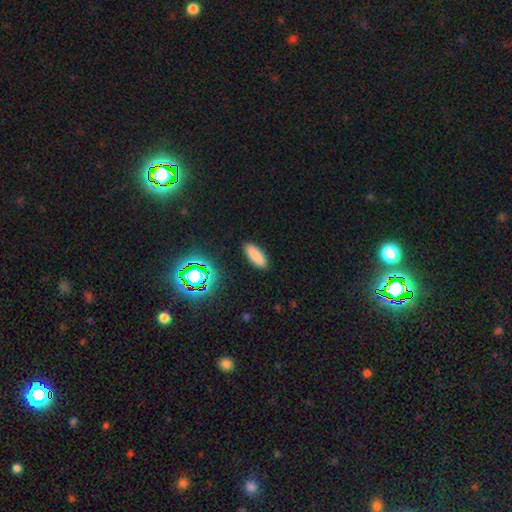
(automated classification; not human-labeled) smooth-or-featured: smooth: 81% | star or artifact: 12% | featured or disk: 6%
  how-rounded: in between: 74% | cigar-shaped: 23% | round: 2%
  merging: none: 89% | minor disturbance: 8% | major disturbance: 2% | merger: 1%